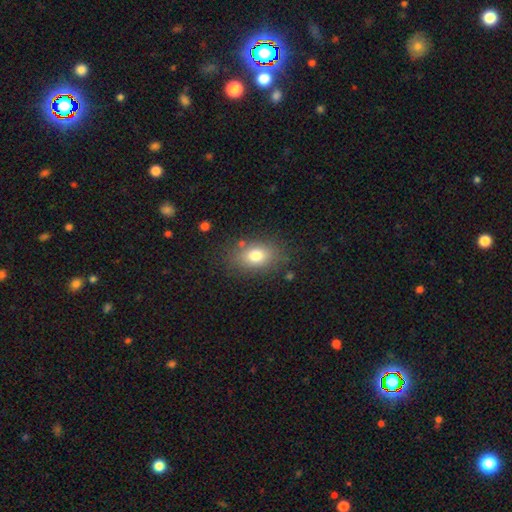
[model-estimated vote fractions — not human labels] Smooth or featured? Predicted: smooth (p=0.77). How rounded? Predicted: in between (p=0.78). Merging? Predicted: none (p=0.80).